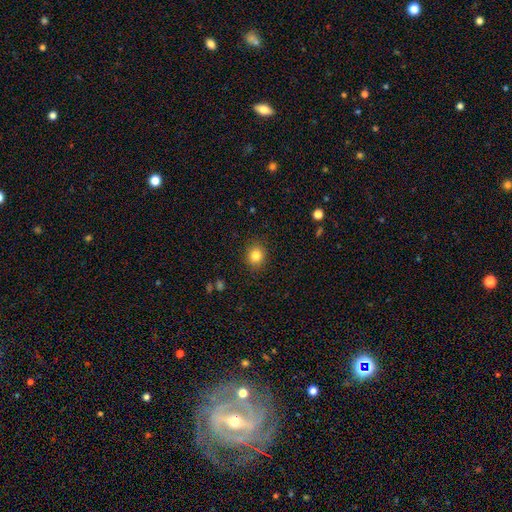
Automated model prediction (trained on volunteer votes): A smooth galaxy with no disk features (83%) that is round (77%). Merging: none (89%).